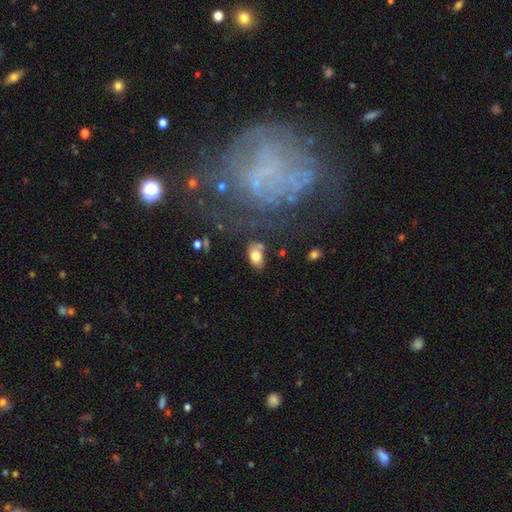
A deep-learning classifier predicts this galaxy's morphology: Smooth or featured: smooth — 78% (featured or disk — 14%)
How rounded: in between — 85% (round — 13%)
Merging: none — 61% (minor disturbance — 20%)